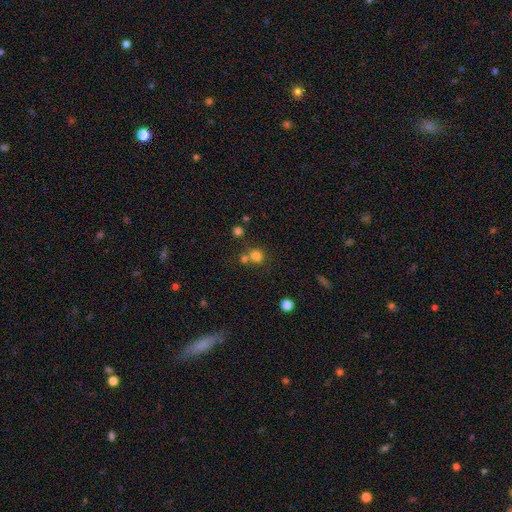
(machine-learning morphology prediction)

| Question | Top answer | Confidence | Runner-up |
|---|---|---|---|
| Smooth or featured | smooth | 76% | star or artifact (16%) |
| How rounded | round | 83% | in between (16%) |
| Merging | none | 55% | merger (33%) |